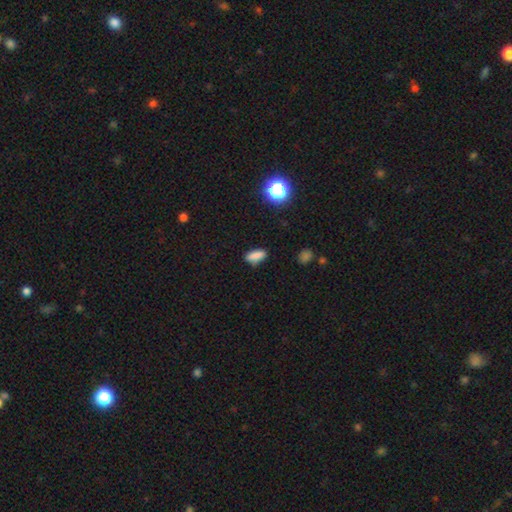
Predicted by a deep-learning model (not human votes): A smooth galaxy with no disk features (82%) that is in between round and cigar-shaped (72%). Merging: none (77%).